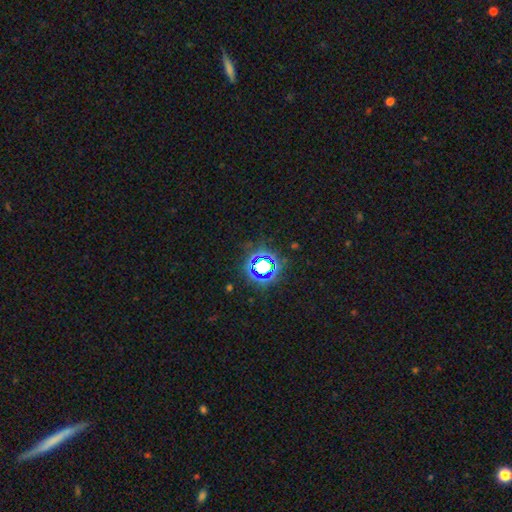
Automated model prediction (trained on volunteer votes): Q: Smooth or featured?
A: star or artifact (78%); runner-up: smooth (15%)